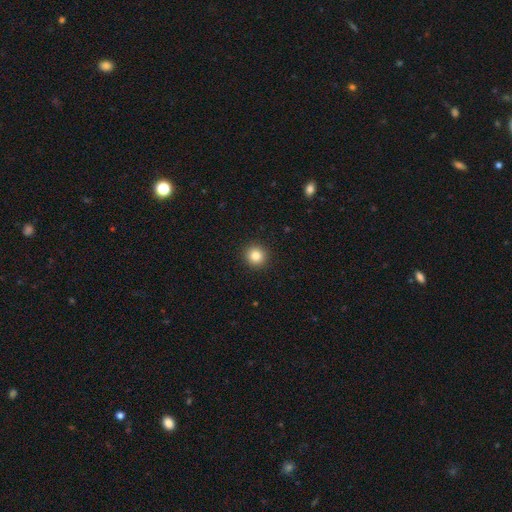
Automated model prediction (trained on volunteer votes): A smooth galaxy with no disk features (84%) that is round (93%). Merging: none (93%).